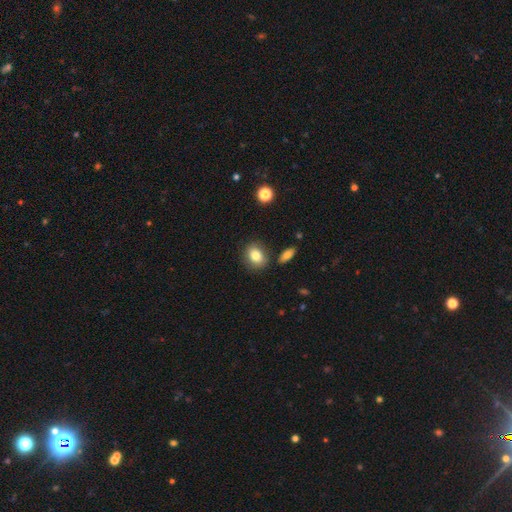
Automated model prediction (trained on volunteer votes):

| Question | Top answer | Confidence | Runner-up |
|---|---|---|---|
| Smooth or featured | smooth | 81% | featured or disk (11%) |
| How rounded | in between | 54% | round (44%) |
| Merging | none | 80% | minor disturbance (12%) |